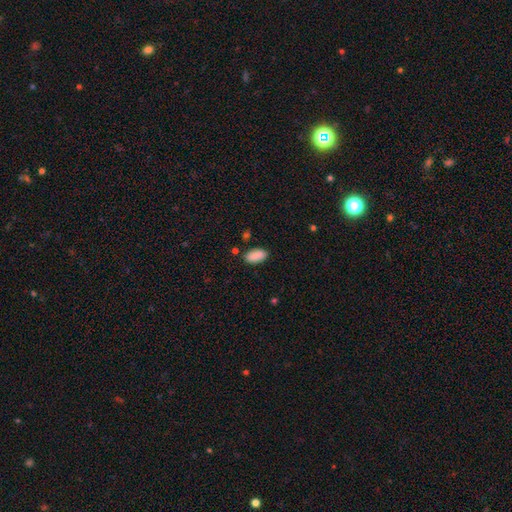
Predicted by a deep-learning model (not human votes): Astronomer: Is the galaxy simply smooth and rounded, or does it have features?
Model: smooth — 89%.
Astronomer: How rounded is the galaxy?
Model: in between — 94%.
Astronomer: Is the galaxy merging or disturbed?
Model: none — 83%.